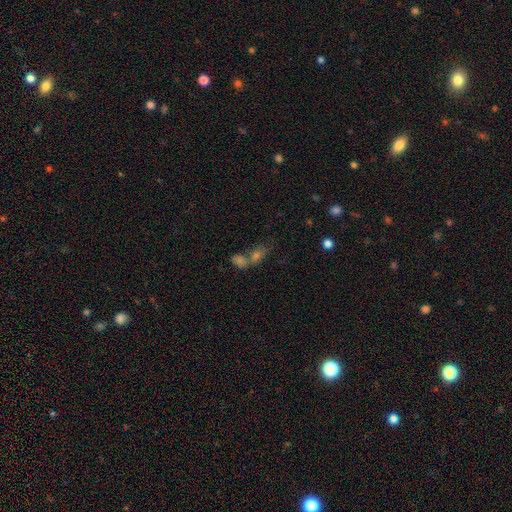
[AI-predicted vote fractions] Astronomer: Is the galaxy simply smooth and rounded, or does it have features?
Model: smooth — 53%.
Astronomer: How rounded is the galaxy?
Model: in between — 69%.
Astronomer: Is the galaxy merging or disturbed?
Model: merger — 53% (runner-up: none, 32%).